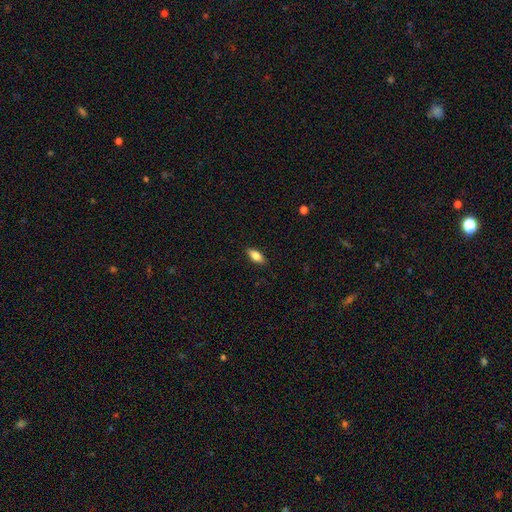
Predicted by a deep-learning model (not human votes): Overall: smooth (79%). How rounded: in between (83%). Merging: none (88%).